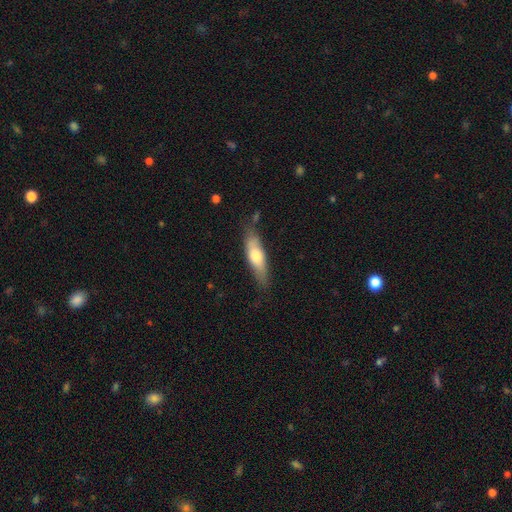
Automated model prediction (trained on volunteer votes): smooth 62%, featured or disk 33%, star or artifact 6%. Down the decision tree: how rounded — cigar-shaped (57%); merging — none (71%).